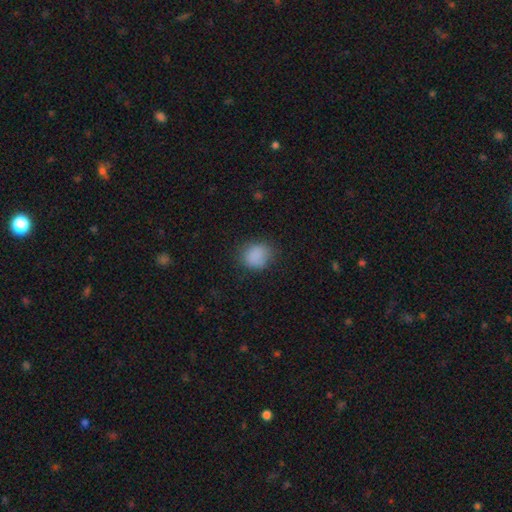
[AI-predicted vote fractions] Smooth or featured? smooth (85%)
How rounded? round (70%)
Merging? none (75%)